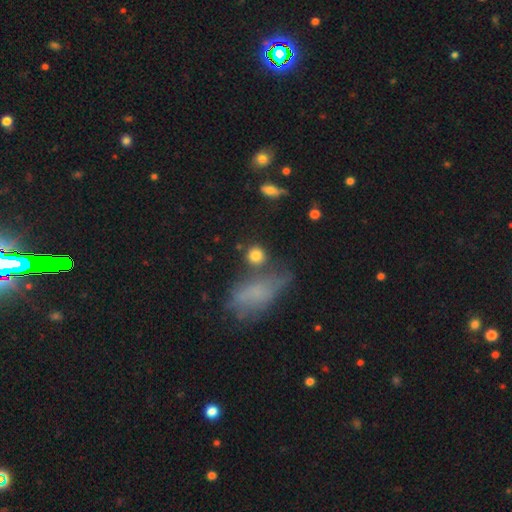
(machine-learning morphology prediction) Smooth or featured?
  - smooth: 83% *
  - star or artifact: 9%
  - featured or disk: 8%
How rounded?
  - round: 87% *
  - in between: 11%
  - cigar-shaped: 2%
Merging?
  - none: 69% *
  - merger: 13%
  - minor disturbance: 12%
  - major disturbance: 6%